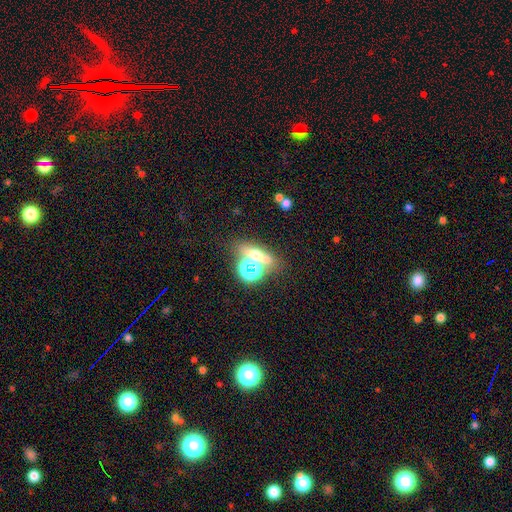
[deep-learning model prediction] smooth 42%, star or artifact 37%, featured or disk 21%. Down the decision tree: merging — none (58%).